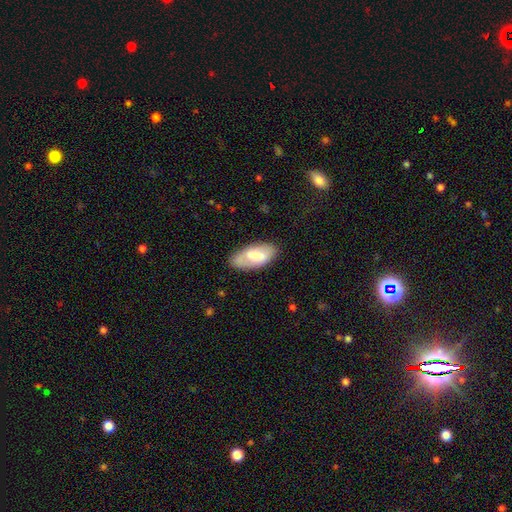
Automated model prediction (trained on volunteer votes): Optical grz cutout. It shows a smooth galaxy with no disk features (61%) that is in between round and cigar-shaped (92%). Merging: none (75%).